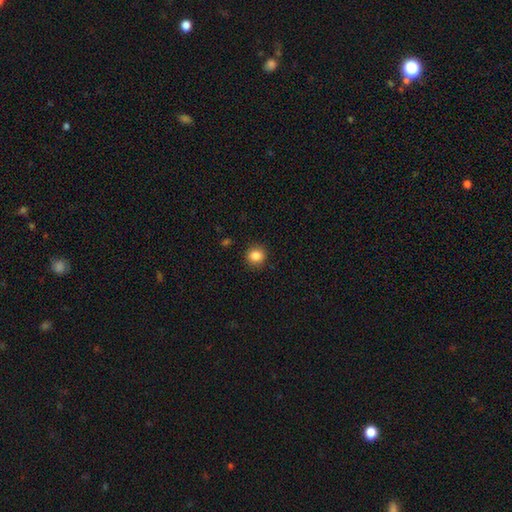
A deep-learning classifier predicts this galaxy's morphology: A smooth galaxy with no disk features (85%) that is round (84%). Merging: none (90%).